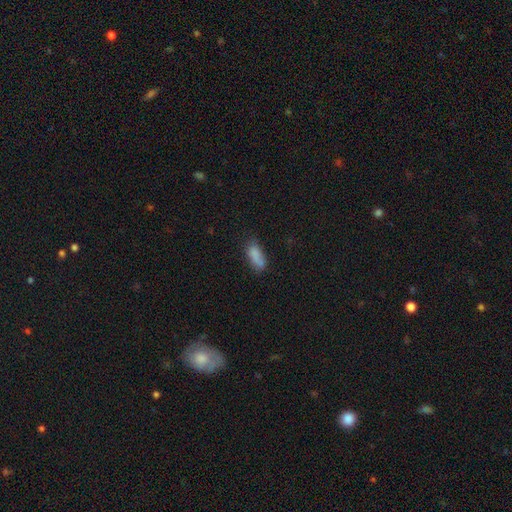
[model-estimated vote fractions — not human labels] Q: Smooth or featured?
A: smooth (80%); runner-up: featured or disk (11%)
Q: How rounded?
A: in between (79%); runner-up: cigar-shaped (18%)
Q: Merging?
A: none (53%); runner-up: minor disturbance (26%)